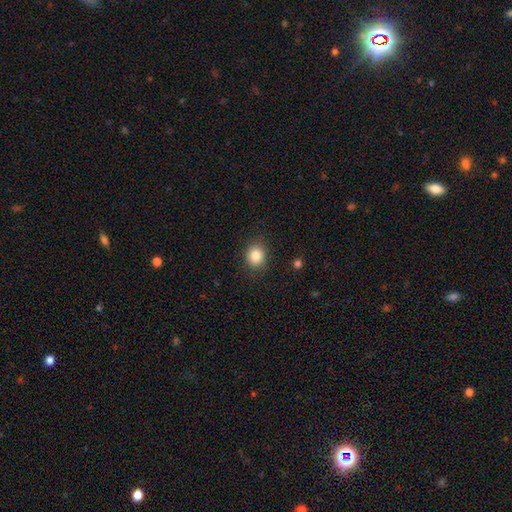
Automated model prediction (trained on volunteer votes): This appears to be a smooth galaxy with no disk features (84%) that is round (71%). Merging: none (87%).